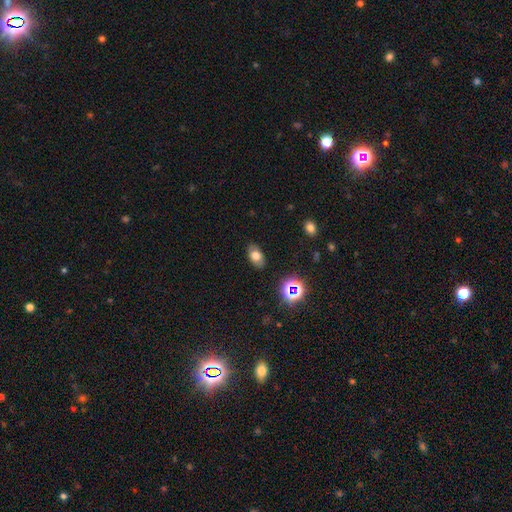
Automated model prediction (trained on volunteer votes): This is likely a smooth galaxy (70%). How rounded: clearly in between (89%). Merging: clearly none (86%).